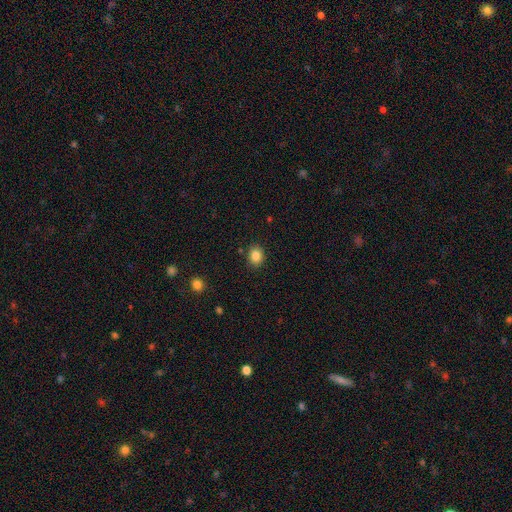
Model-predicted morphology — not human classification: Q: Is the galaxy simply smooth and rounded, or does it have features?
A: smooth — 86%.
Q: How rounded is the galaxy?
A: round — 51%.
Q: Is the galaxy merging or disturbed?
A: none — 87%.